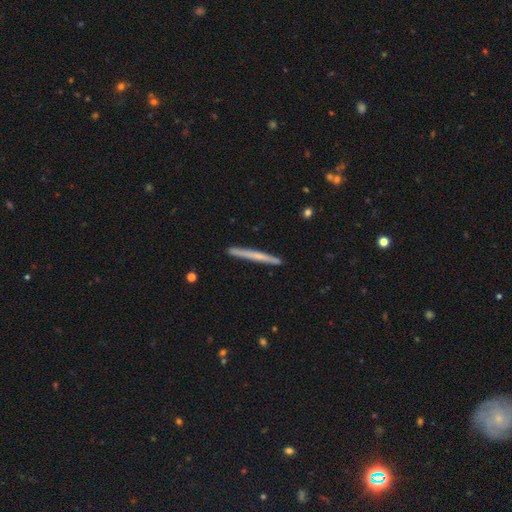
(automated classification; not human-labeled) smooth_or_featured: smooth (p=0.50) [alt: featured or disk p=0.45]
merging: none (p=0.91) [alt: minor disturbance p=0.07]